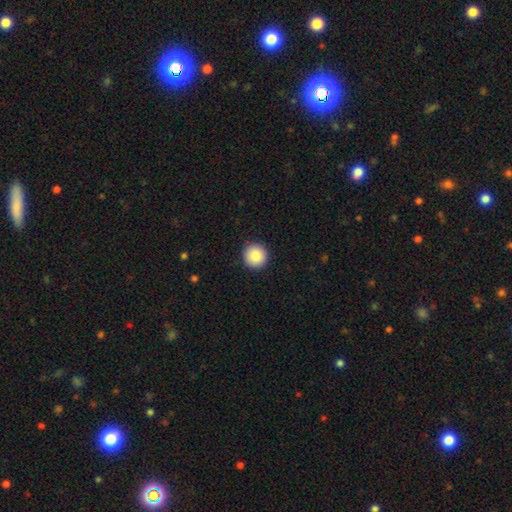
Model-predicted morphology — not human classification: Overall: smooth (84%). How rounded: round (94%). Merging: none (92%).